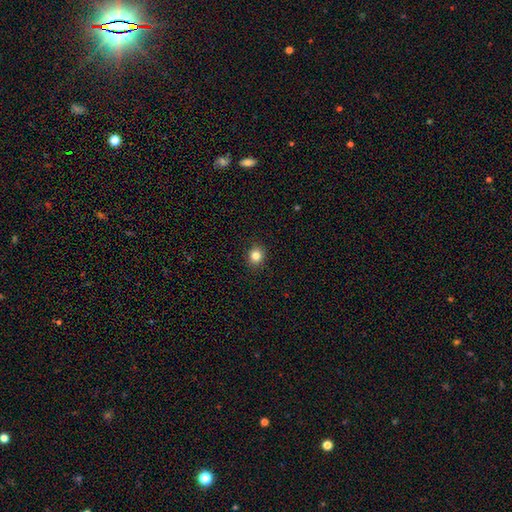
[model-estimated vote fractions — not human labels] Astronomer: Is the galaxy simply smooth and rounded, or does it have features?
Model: smooth — 83%.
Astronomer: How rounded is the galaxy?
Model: round — 78%.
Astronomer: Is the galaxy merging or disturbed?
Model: none — 91%.